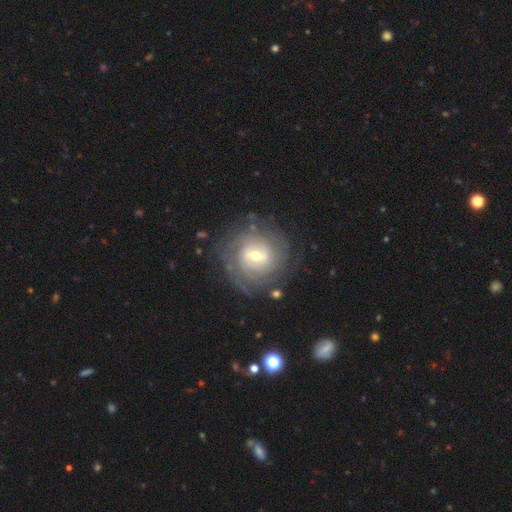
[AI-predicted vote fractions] This appears to be a featured or disk galaxy (81%) with a weak bar (54%), tight (75%) spiral arms (92%) and a moderate central bulge (55%). Merging: none (79%).